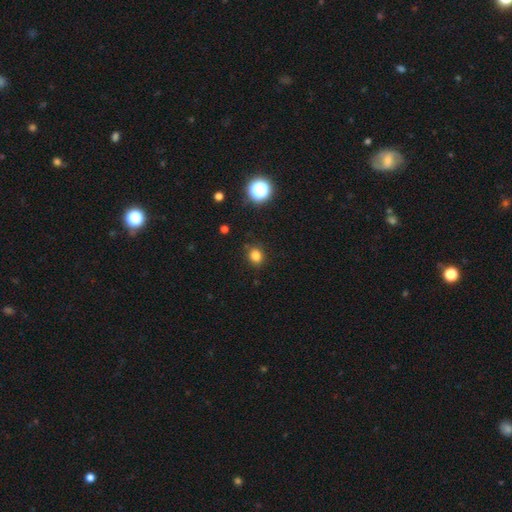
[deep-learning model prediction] smooth 81%, star or artifact 14%, featured or disk 4%. Down the decision tree: how rounded — round (67%); merging — none (85%).